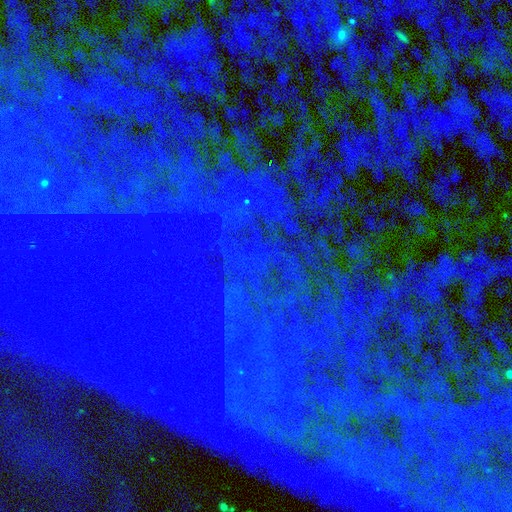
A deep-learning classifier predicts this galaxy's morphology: smooth_or_featured: star or artifact (p=0.84) [alt: featured or disk p=0.09]